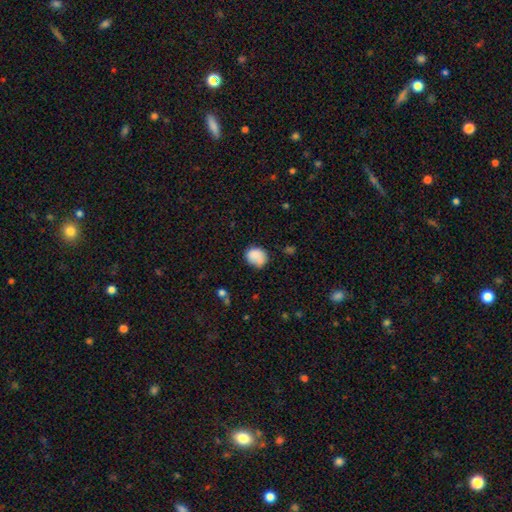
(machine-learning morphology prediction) smooth 82%, featured or disk 10%, star or artifact 9%. Down the decision tree: how rounded — round (61%); merging — none (55%).